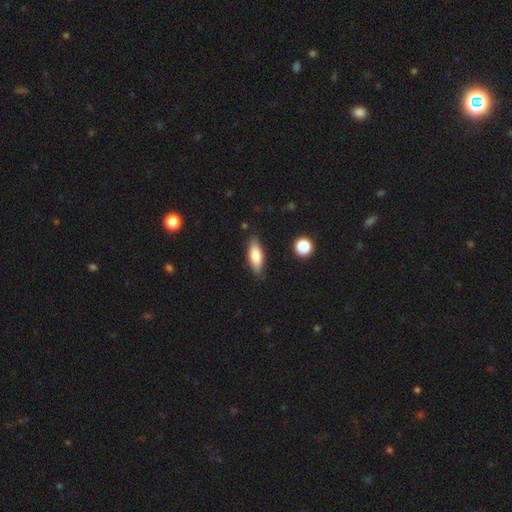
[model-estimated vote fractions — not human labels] A smooth galaxy with no disk features (78%) that is in between round and cigar-shaped (65%). Merging: none (84%).